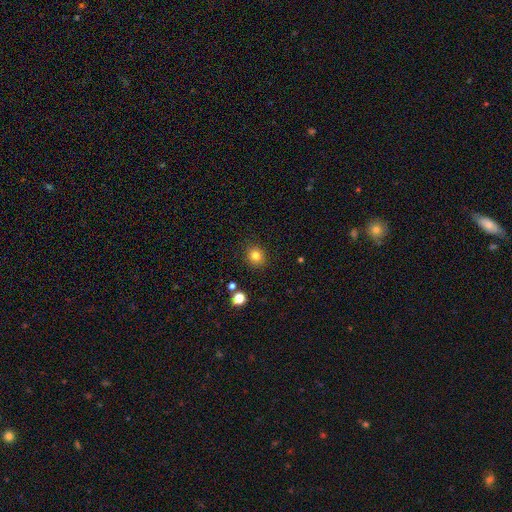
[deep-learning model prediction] smooth-or-featured: smooth: 81% | star or artifact: 13% | featured or disk: 6%
  how-rounded: round: 82% | in between: 17% | cigar-shaped: 1%
  merging: none: 89% | minor disturbance: 8% | major disturbance: 2% | merger: 2%